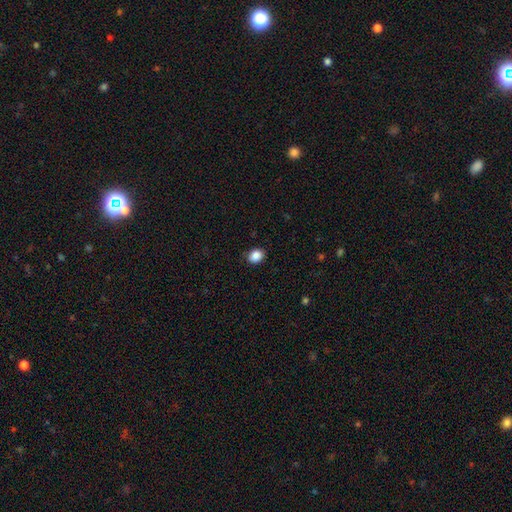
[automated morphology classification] The model was most divided on "how rounded": round: 54%, in between: 45%, cigar-shaped: 1%. More confident: smooth or featured — smooth (88%); merging — none (86%).